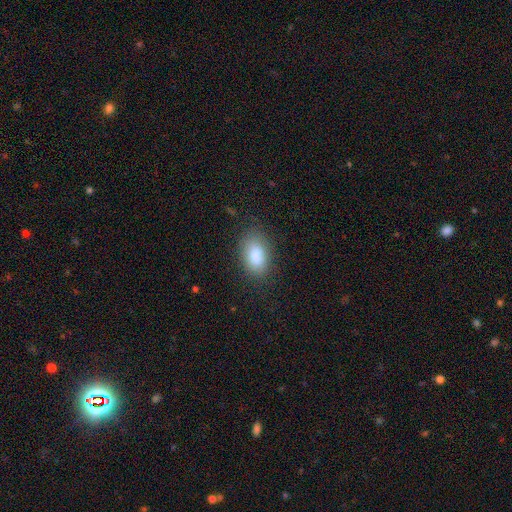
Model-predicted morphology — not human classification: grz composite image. It shows a smooth galaxy with no disk features (83%) that is in between round and cigar-shaped (90%). Merging: none (73%).